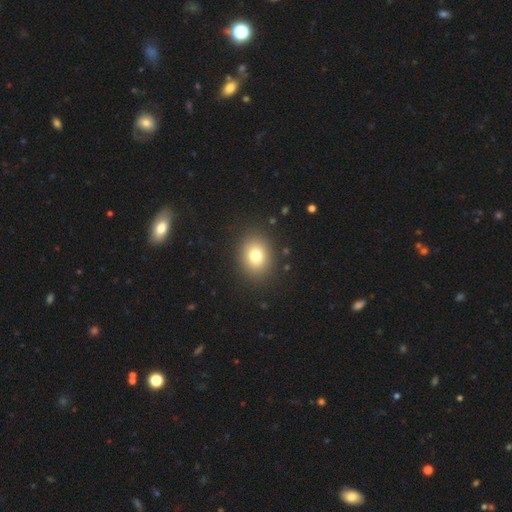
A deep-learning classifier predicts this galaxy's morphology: smooth-or-featured: smooth: 77% | star or artifact: 12% | featured or disk: 11%
  how-rounded: round: 54% | in between: 45% | cigar-shaped: 1%
  merging: none: 89% | minor disturbance: 7% | major disturbance: 3% | merger: 1%